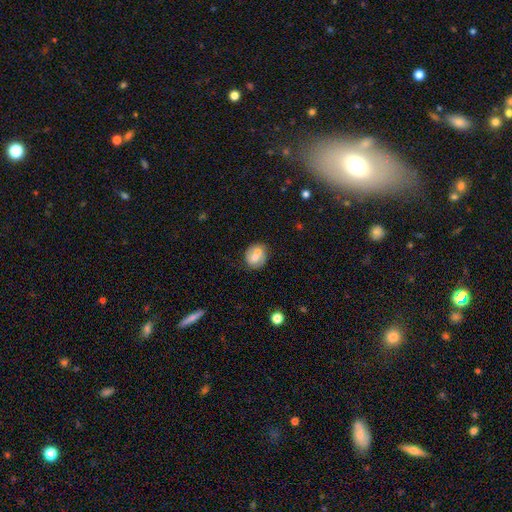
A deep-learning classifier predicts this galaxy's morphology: Smooth or featured: smooth — 47% (featured or disk — 46%)
Merging: none — 68% (minor disturbance — 16%)